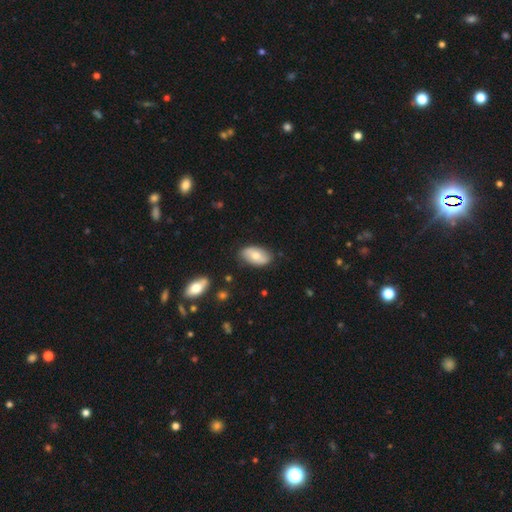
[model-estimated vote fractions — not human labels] This appears to be a smooth galaxy with no disk features (62%) that is in between round and cigar-shaped (94%). Merging: none (80%).